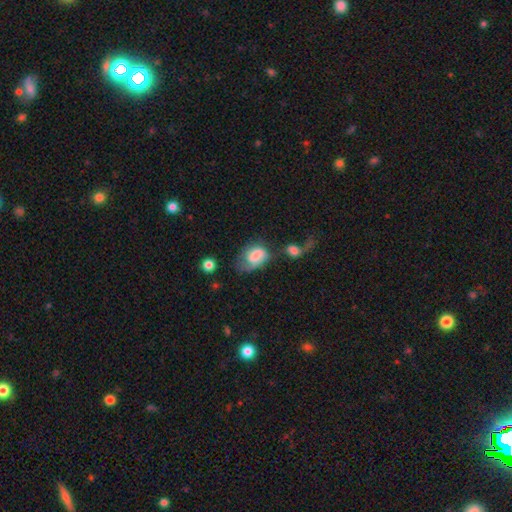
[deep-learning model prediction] A smooth galaxy with no disk features (56%) that is in between round and cigar-shaped (80%). Merging: major disturbance (32%).